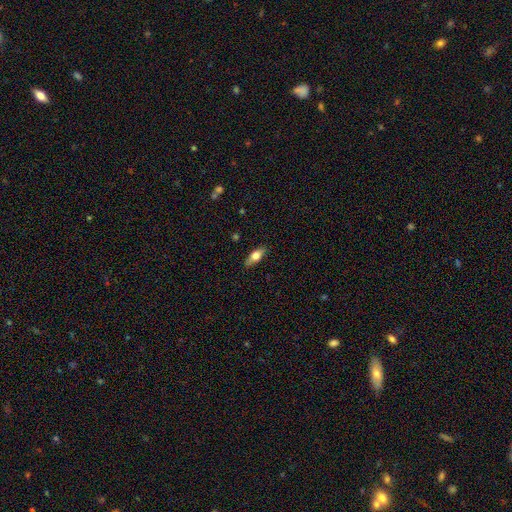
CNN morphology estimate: Q: Smooth or featured?
A: smooth (64%); runner-up: featured or disk (29%)
Q: How rounded?
A: in between (70%); runner-up: cigar-shaped (27%)
Q: Merging?
A: none (85%); runner-up: minor disturbance (11%)